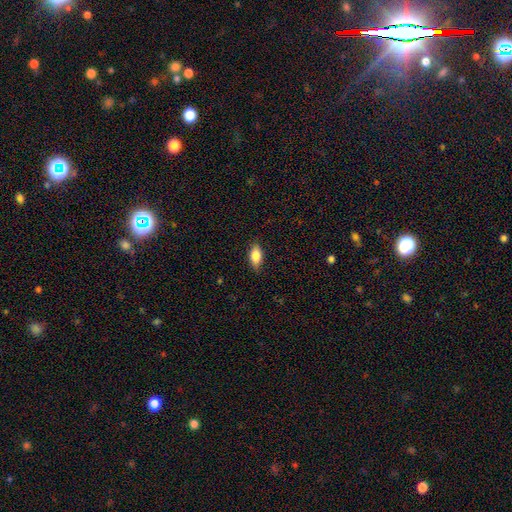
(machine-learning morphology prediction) This is clearly a smooth galaxy (83%). How rounded: clearly in between (87%). Merging: clearly none (84%).